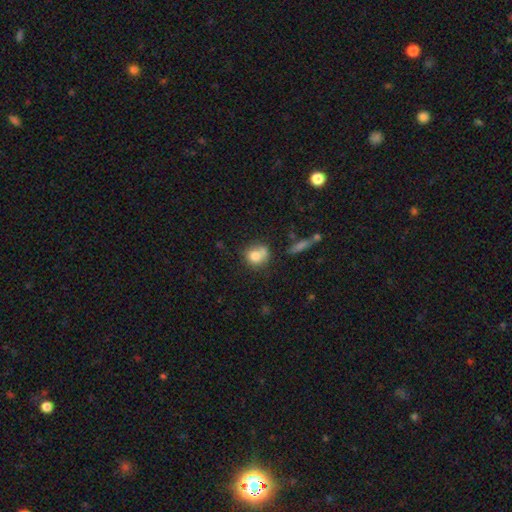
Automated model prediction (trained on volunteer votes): A smooth galaxy with no disk features (76%) that is round (77%).

Vote fractions:
- Smooth or featured? smooth: 76% / featured or disk: 14% / star or artifact: 10%
- How rounded? round: 77% / in between: 22% / cigar-shaped: 1%
- Merging? none: 45% / merger: 27% / minor disturbance: 19% / major disturbance: 10%